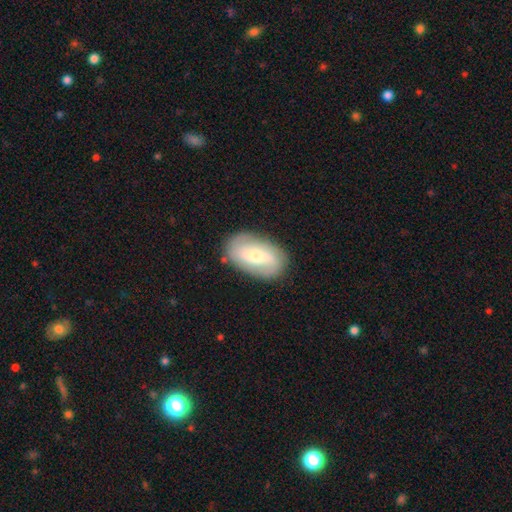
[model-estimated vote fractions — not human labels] smooth-or-featured: featured or disk: 58% | smooth: 36% | star or artifact: 6%
  disk-edge-on: no: 94% | yes: 6%
    bar: no: 42% | weak: 40% | strong: 19%
    has-spiral-arms: yes: 75% | no: 25%
    bulge-size: moderate: 52% | small: 41% | large: 5% | none: 1% | dominant: 1%
  merging: none: 84% | minor disturbance: 12% | major disturbance: 3% | merger: 1%